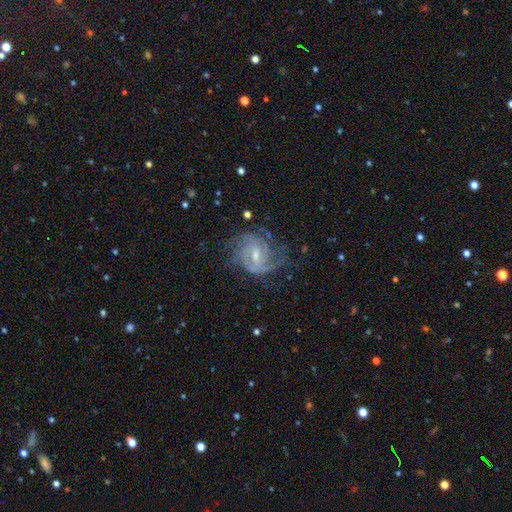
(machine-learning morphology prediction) type=featured or disk (87%); edge-on=no (98%); bar=weak (60%); spiral arms=yes (96%); winding=tight (51%); arm count=2 (28%); bulge=small (50%); merging=none (65%).